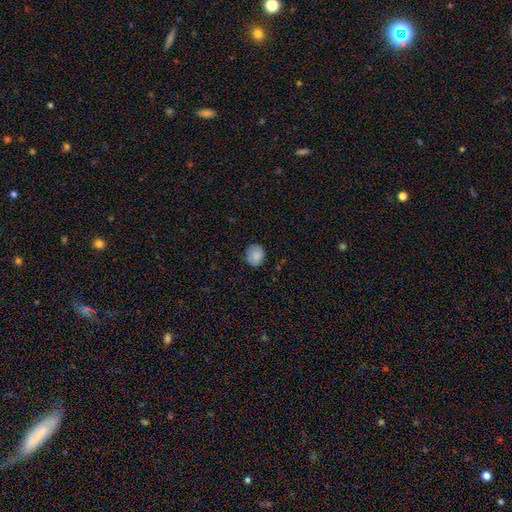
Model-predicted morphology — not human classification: Smooth or featured: smooth — 86% (star or artifact — 8%)
How rounded: round — 72% (in between — 27%)
Merging: none — 84% (minor disturbance — 13%)